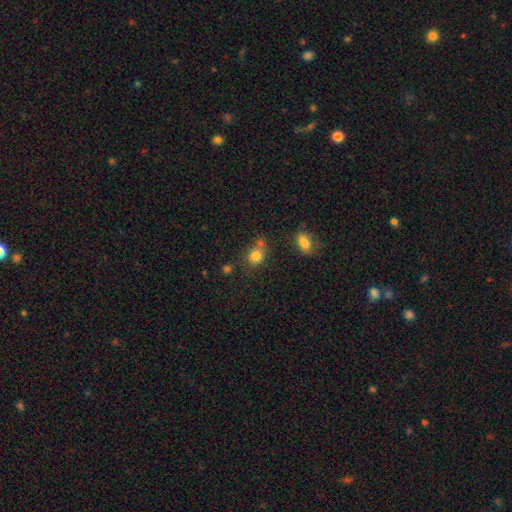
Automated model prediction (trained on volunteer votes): smooth-or-featured: smooth: 79% | star or artifact: 13% | featured or disk: 8%
  how-rounded: round: 71% | in between: 28% | cigar-shaped: 1%
  merging: none: 58% | merger: 24% | minor disturbance: 13% | major disturbance: 5%